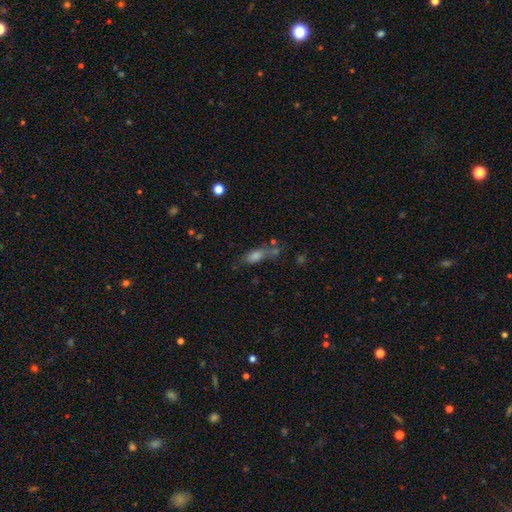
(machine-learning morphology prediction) Smooth or featured: smooth — 58% (featured or disk — 25%)
How rounded: in between — 55% (cigar-shaped — 38%)
Merging: none — 48% (minor disturbance — 20%)